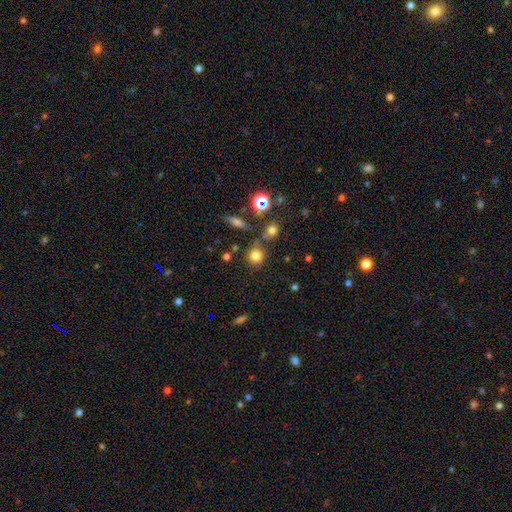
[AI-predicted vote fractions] smooth_or_featured: smooth (p=0.75) [alt: star or artifact p=0.16]
how_rounded: round (p=0.87) [alt: in between p=0.11]
merging: none (p=0.72) [alt: merger p=0.13]